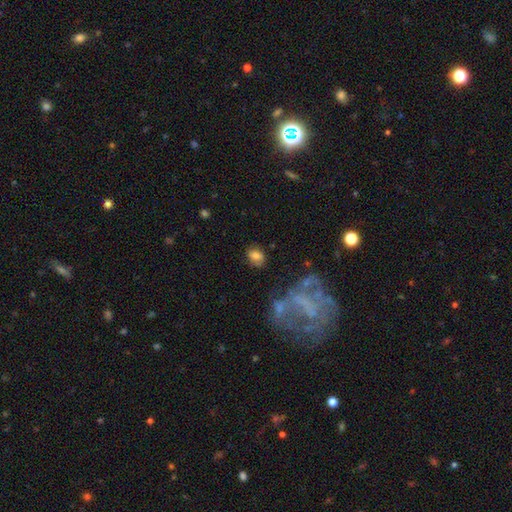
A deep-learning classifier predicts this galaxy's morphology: Smooth or featured? Predicted: smooth (p=0.74). How rounded? Predicted: in between (p=0.68). Merging? Predicted: none (p=0.71).